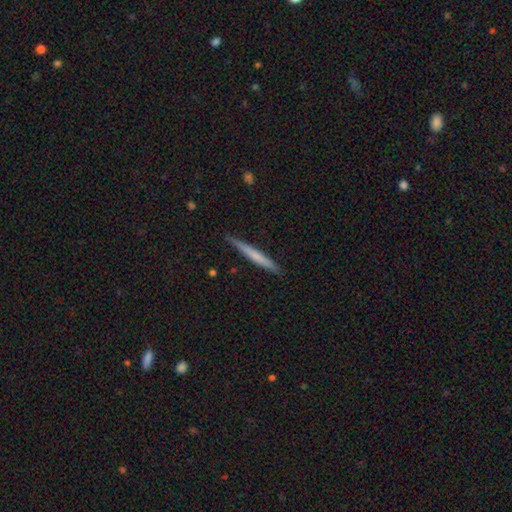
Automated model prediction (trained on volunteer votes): The model was most divided on "smooth or featured": smooth: 56%, featured or disk: 38%, star or artifact: 6%. More confident: how rounded — cigar-shaped (96%); merging — none (86%).